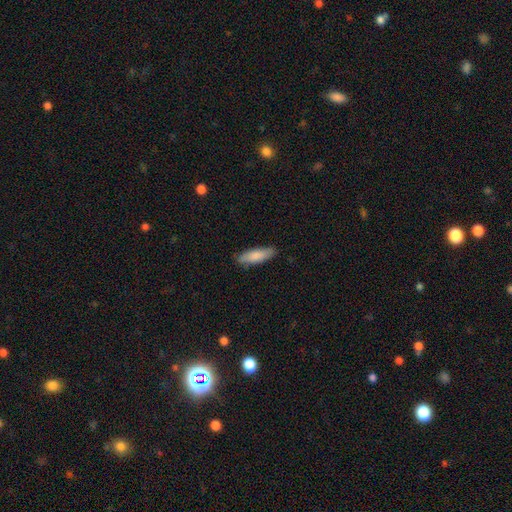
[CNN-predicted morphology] Smooth or featured? Predicted: smooth (p=0.84). How rounded? Predicted: cigar-shaped (p=0.52). Merging? Predicted: none (p=0.84).